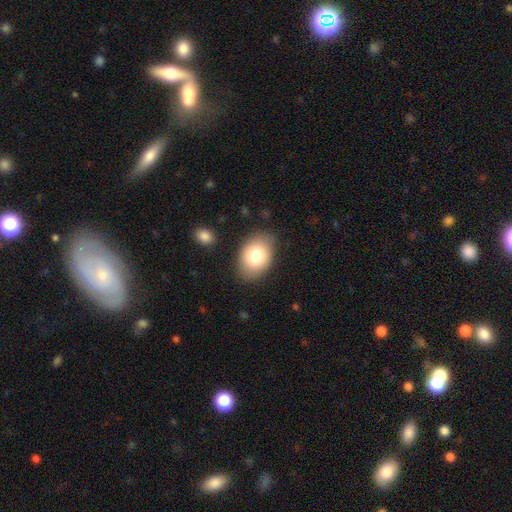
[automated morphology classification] Smooth or featured?
  - smooth: 80% *
  - featured or disk: 12%
  - star or artifact: 7%
How rounded?
  - in between: 83% *
  - round: 16%
  - cigar-shaped: 1%
Merging?
  - none: 81% *
  - minor disturbance: 14%
  - major disturbance: 3%
  - merger: 2%